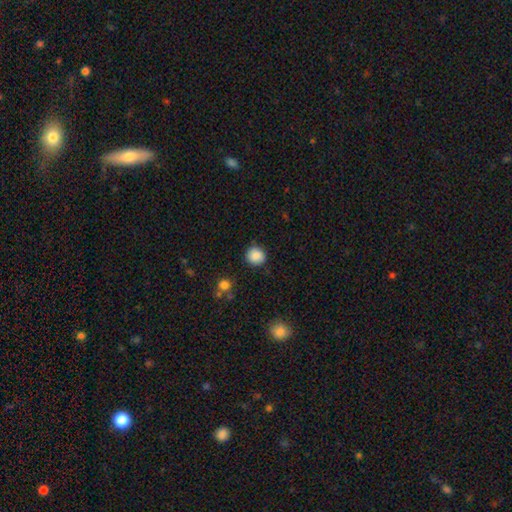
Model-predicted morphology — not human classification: smooth-or-featured: smooth: 87% | star or artifact: 9% | featured or disk: 4%
  how-rounded: round: 90% | in between: 9% | cigar-shaped: 1%
  merging: none: 86% | minor disturbance: 9% | major disturbance: 3% | merger: 2%